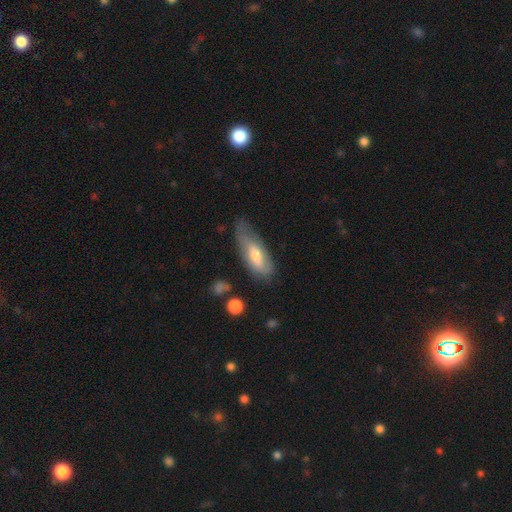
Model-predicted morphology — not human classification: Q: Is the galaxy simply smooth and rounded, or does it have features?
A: smooth — 52%.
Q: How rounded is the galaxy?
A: in between — 66%.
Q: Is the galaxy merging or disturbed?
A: none — 51%.